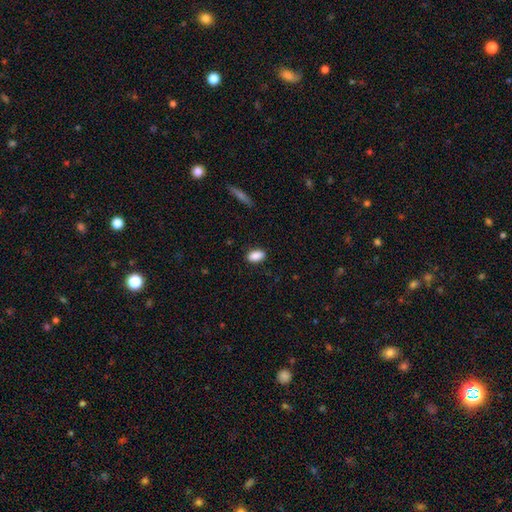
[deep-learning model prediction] This is clearly a smooth galaxy (89%). How rounded: clearly in between (90%). Merging: clearly none (86%).